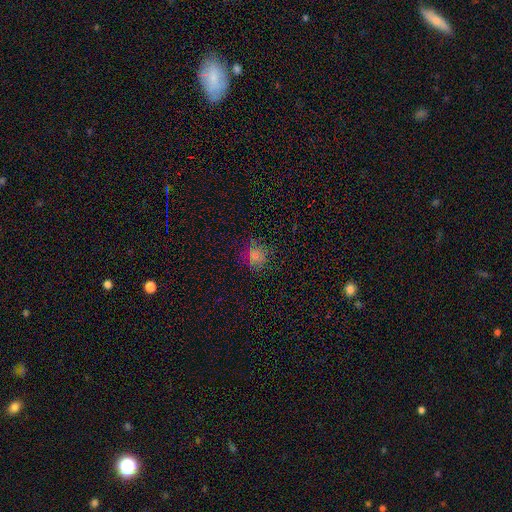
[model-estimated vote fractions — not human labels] smooth_or_featured: smooth (p=0.65) [alt: star or artifact p=0.25]
how_rounded: round (p=0.86) [alt: in between p=0.13]
merging: none (p=0.81) [alt: minor disturbance p=0.13]